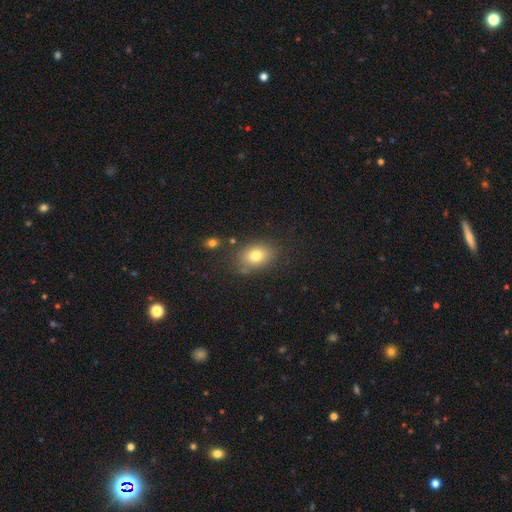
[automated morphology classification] Overall: smooth (78%). How rounded: in between (72%). Merging: none (77%).